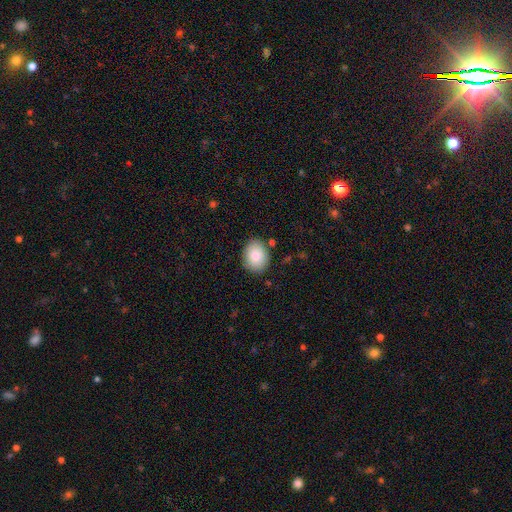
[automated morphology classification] This is clearly a smooth galaxy (85%). How rounded: possibly in between (58%). Merging: clearly none (84%).